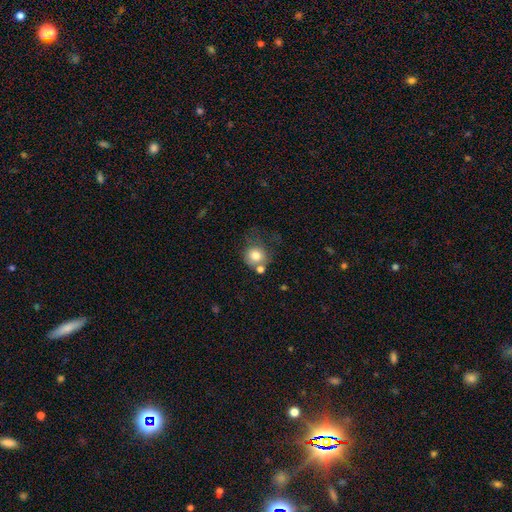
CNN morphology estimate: smooth-or-featured: smooth: 78% | featured or disk: 13% | star or artifact: 10%
  how-rounded: round: 83% | in between: 16% | cigar-shaped: 1%
  merging: none: 45% | minor disturbance: 21% | merger: 20% | major disturbance: 13%